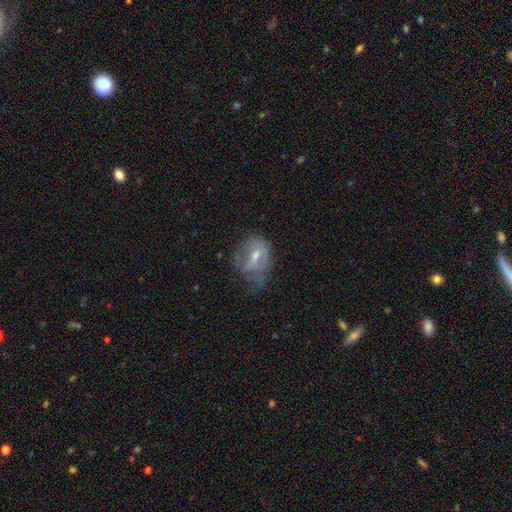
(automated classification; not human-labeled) Smooth or featured?
  - featured or disk: 56% *
  - smooth: 34%
  - star or artifact: 10%
Edge-on disk?
  - no: 94% *
  - yes: 6%
Bar?
  - weak: 48% *
  - no: 33%
  - strong: 19%
Spiral arms?
  - yes: 54% *
  - no: 46%
Bulge size?
  - moderate: 47% *
  - small: 42%
  - none: 7%
  - large: 3%
  - dominant: 1%
Merging?
  - none: 38% *
  - minor disturbance: 31%
  - major disturbance: 29%
  - merger: 2%